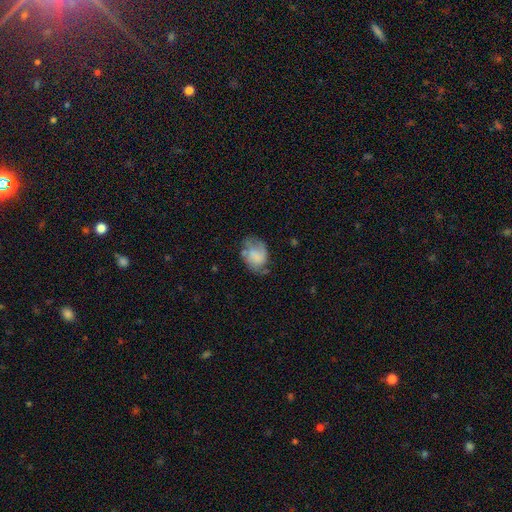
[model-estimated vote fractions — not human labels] smooth_or_featured: smooth (p=0.49) [alt: featured or disk p=0.42]
merging: none (p=0.43) [alt: minor disturbance p=0.31]